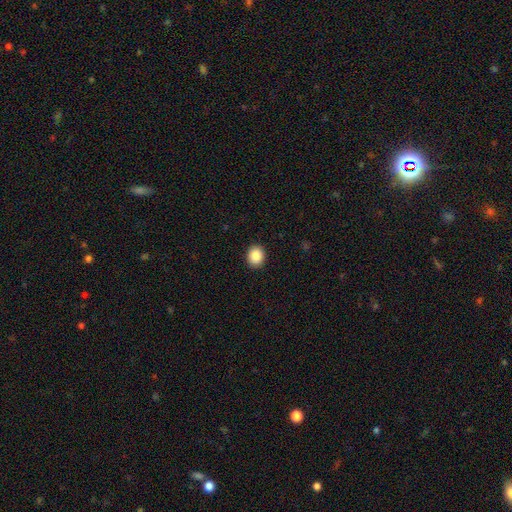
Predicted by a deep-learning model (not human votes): Q: Smooth or featured?
A: smooth (87%); runner-up: star or artifact (9%)
Q: How rounded?
A: round (69%); runner-up: in between (31%)
Q: Merging?
A: none (92%); runner-up: minor disturbance (6%)